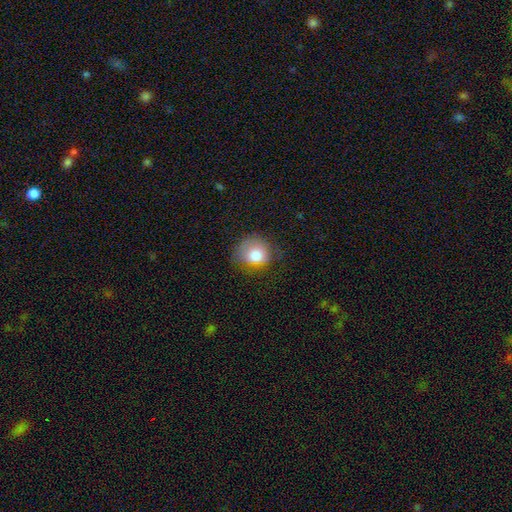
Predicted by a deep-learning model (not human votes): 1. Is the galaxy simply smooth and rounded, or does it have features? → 78% smooth, 13% featured or disk, 9% star or artifact.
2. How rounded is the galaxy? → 76% round, 23% in between, 1% cigar-shaped.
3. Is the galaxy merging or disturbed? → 58% none, 27% minor disturbance, 13% major disturbance, 2% merger.